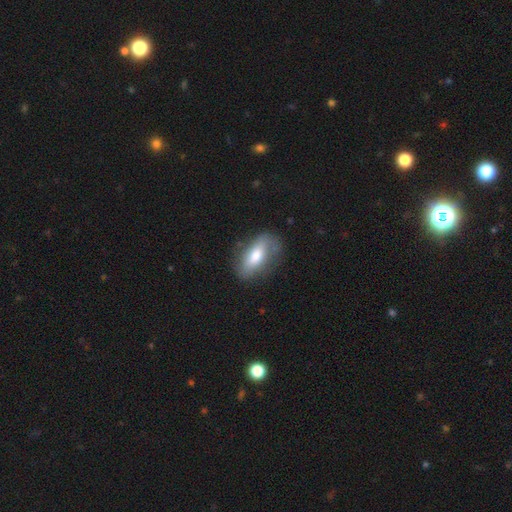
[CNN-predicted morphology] This is likely a smooth galaxy (63%). How rounded: clearly in between (84%). Merging: likely none (70%).